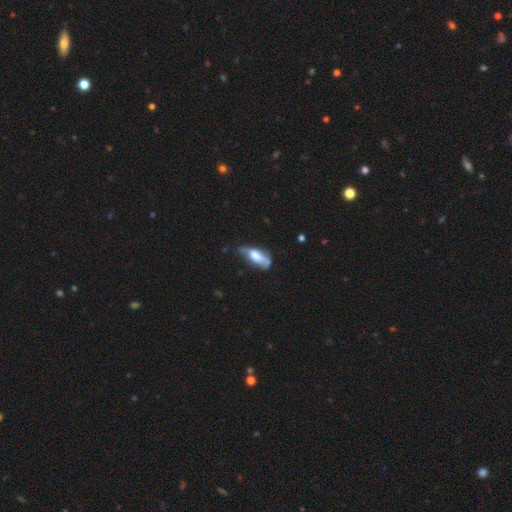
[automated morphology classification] Smooth or featured? smooth (55%)
How rounded? in between (77%)
Merging? minor disturbance (36%)